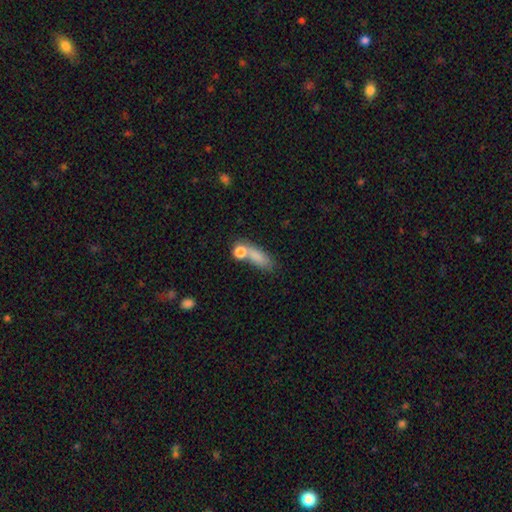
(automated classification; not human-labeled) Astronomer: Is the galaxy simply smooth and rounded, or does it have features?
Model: smooth — 77%.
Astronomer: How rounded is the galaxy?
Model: in between — 57%.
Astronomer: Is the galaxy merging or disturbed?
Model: none — 43% (runner-up: merger, 32%).